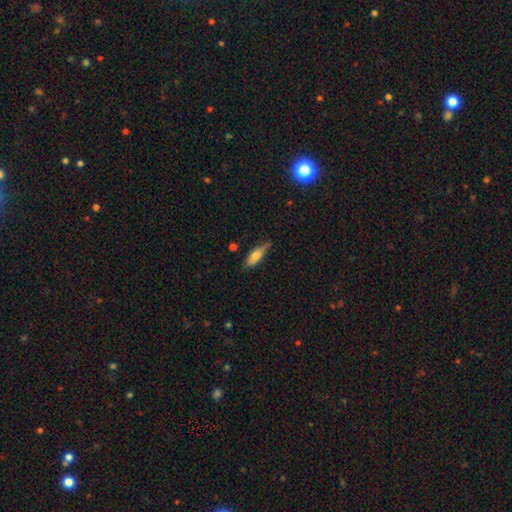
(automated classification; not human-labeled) The model was most divided on "how rounded": cigar-shaped: 50%, in between: 47%, round: 3%. More confident: merging — none (72%); smooth or featured — smooth (61%).